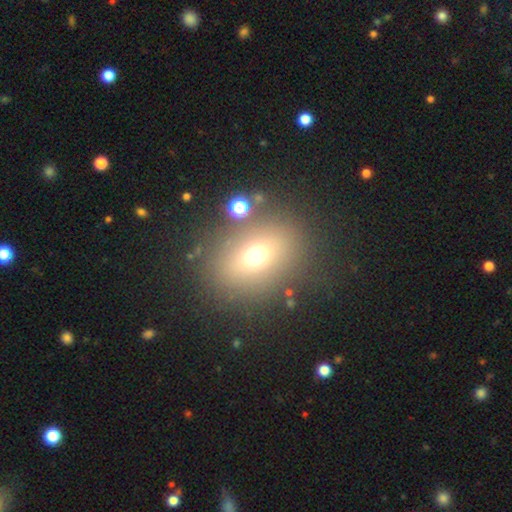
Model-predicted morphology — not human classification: This is likely a smooth galaxy (66%). How rounded: possibly in between (53%). Merging: likely none (78%).